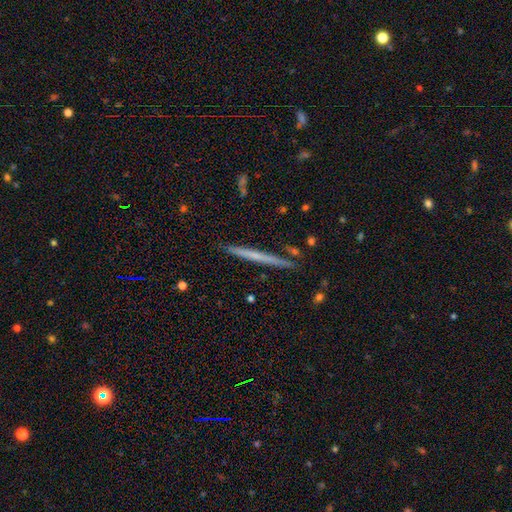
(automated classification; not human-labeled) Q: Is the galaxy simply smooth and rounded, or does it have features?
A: featured or disk — 55%.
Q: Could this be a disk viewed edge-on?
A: yes — 98%.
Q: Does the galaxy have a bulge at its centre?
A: none — 81%.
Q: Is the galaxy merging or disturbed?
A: none — 90%.